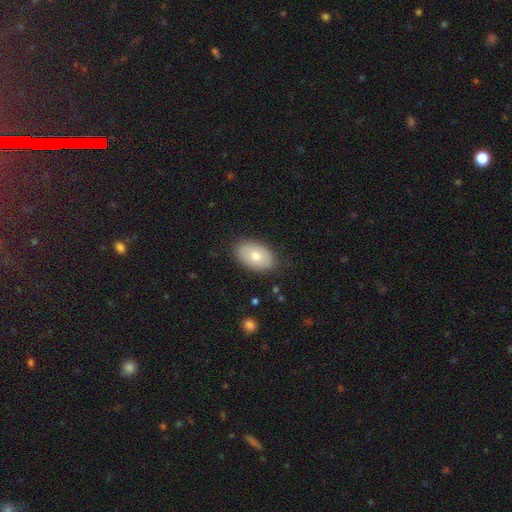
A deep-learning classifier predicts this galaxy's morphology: Q: Smooth or featured?
A: smooth (74%); runner-up: featured or disk (20%)
Q: How rounded?
A: in between (92%); runner-up: round (7%)
Q: Merging?
A: none (86%); runner-up: minor disturbance (11%)